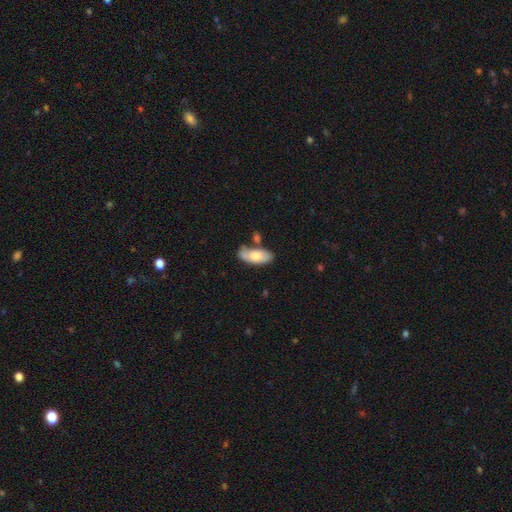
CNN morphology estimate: Q: Smooth or featured?
A: smooth (69%); runner-up: featured or disk (26%)
Q: How rounded?
A: in between (88%); runner-up: cigar-shaped (9%)
Q: Merging?
A: none (52%); runner-up: minor disturbance (21%)